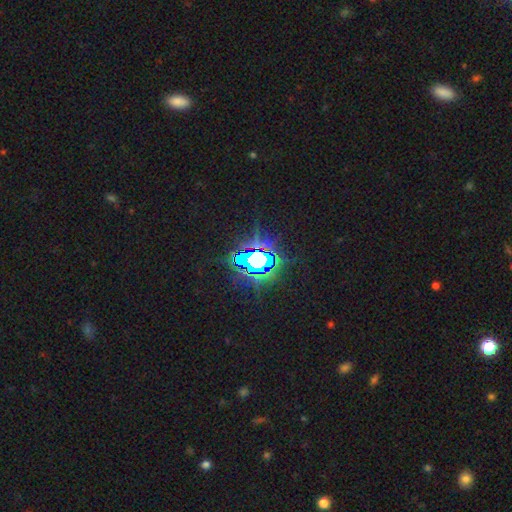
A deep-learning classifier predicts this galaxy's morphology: smooth_or_featured: star or artifact (p=0.74) [alt: featured or disk p=0.14]